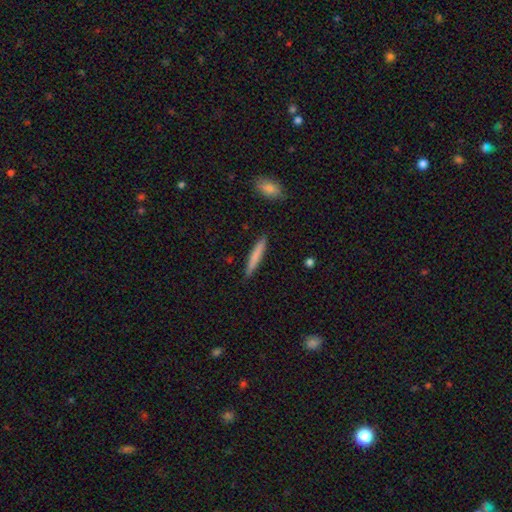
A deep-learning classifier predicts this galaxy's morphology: smooth-or-featured: smooth: 76% | featured or disk: 18% | star or artifact: 6%
  how-rounded: cigar-shaped: 94% | in between: 4% | round: 1%
  merging: none: 89% | minor disturbance: 8% | major disturbance: 2% | merger: 1%